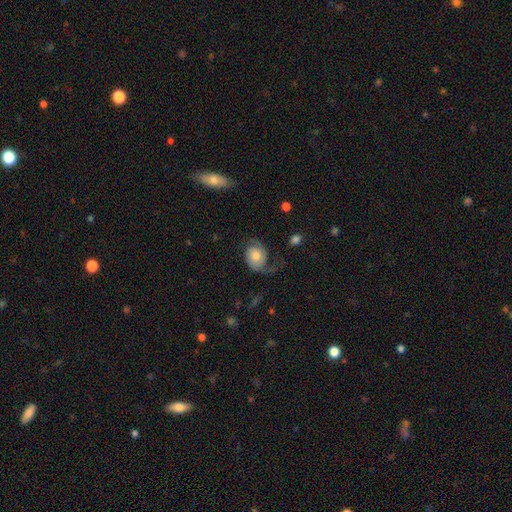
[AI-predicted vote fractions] The model was most divided on "spiral winding": loose: 51%, medium: 34%, tight: 15%. Remaining: edge-on disk — no (97%); spiral arms — yes (92%); spiral arm count — 2 (80%); bar — no (73%); smooth or featured — featured or disk (64%); merging — none (54%); bulge size — moderate (49%).